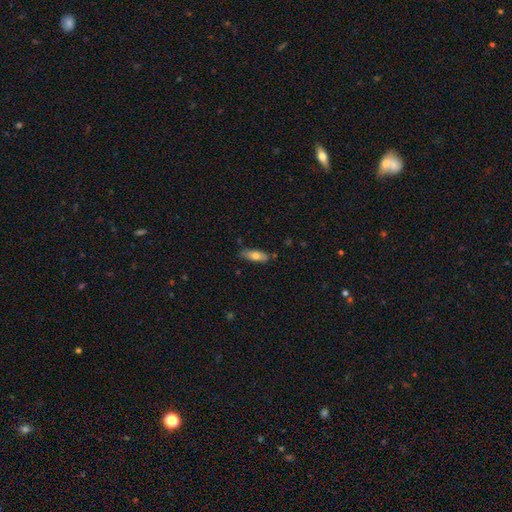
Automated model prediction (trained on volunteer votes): This appears to be a smooth galaxy with no disk features (71%) that is in between round and cigar-shaped (67%). Merging: none (78%).